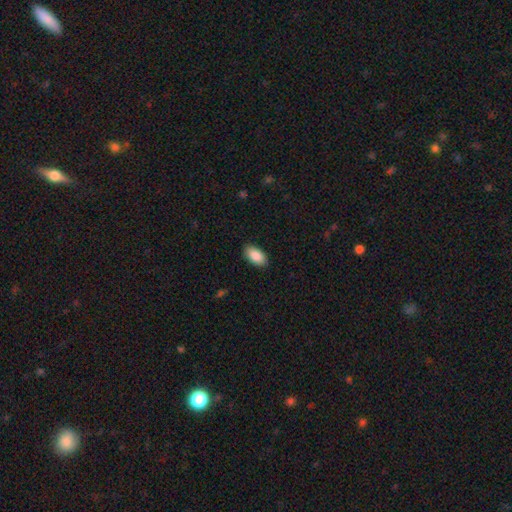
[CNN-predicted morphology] Overall: smooth (89%). How rounded: in between (95%). Merging: none (88%).